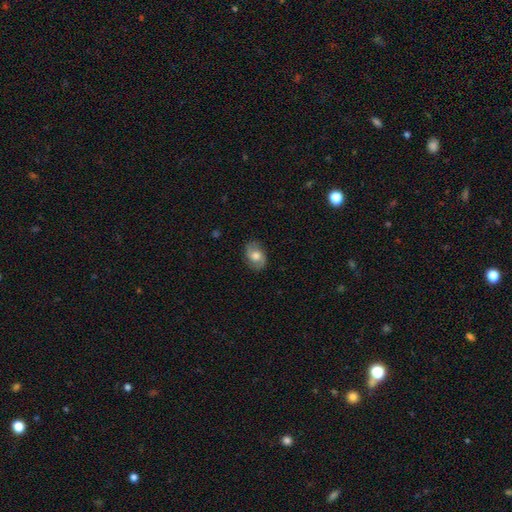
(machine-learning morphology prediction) Overall: featured or disk (47%; smooth 45%). Merging: none (81%).